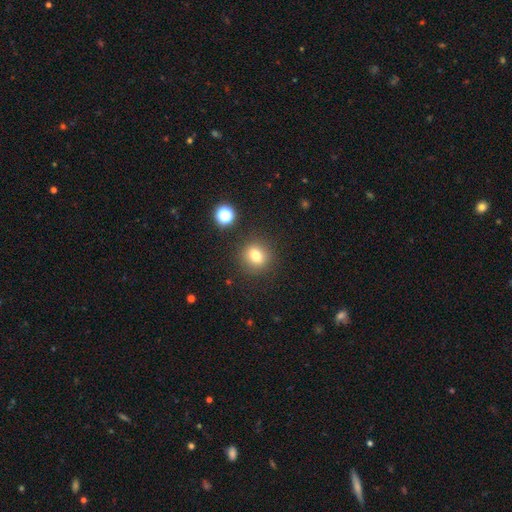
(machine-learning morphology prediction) A smooth galaxy with no disk features (77%) that is round (76%).

Vote fractions:
- Smooth or featured? smooth: 77% / star or artifact: 13% / featured or disk: 10%
- How rounded? round: 76% / in between: 23% / cigar-shaped: 1%
- Merging? none: 86% / minor disturbance: 8% / major disturbance: 3% / merger: 3%